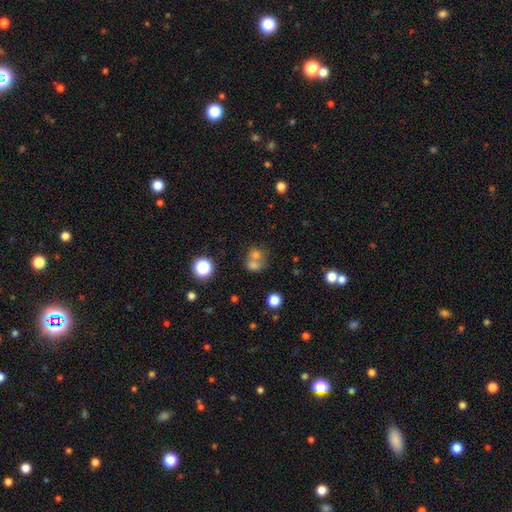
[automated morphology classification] Smooth or featured? Predicted: smooth (p=0.67). How rounded? Predicted: round (p=0.73). Merging? Predicted: merger (p=0.56).